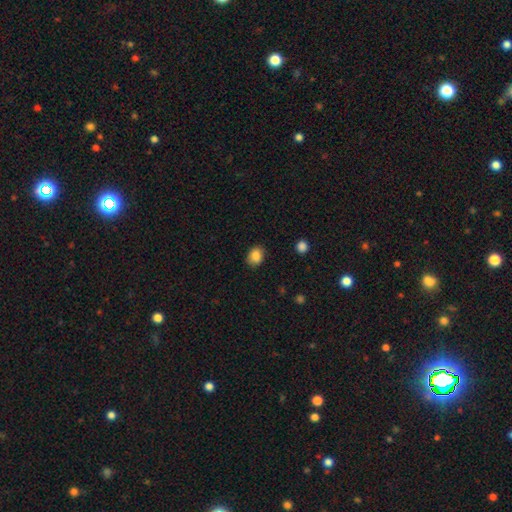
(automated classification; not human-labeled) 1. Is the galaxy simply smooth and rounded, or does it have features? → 87% smooth, 9% star or artifact, 4% featured or disk.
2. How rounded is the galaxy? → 51% in between, 48% round, 1% cigar-shaped.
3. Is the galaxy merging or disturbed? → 84% none, 12% minor disturbance, 3% major disturbance, 1% merger.